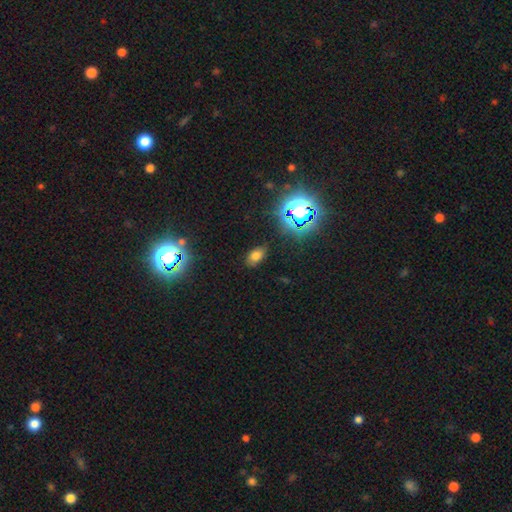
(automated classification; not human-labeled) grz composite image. It shows a smooth galaxy with no disk features (67%) that is in between round and cigar-shaped (87%). Merging: none (83%).